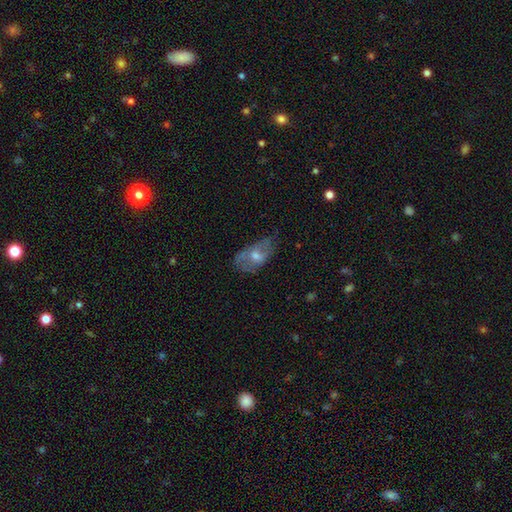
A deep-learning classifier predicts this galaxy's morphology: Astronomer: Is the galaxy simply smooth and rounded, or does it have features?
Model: featured or disk — 47% (runner-up: smooth, 43%).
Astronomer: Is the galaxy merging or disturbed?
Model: none — 45% (runner-up: minor disturbance, 32%).